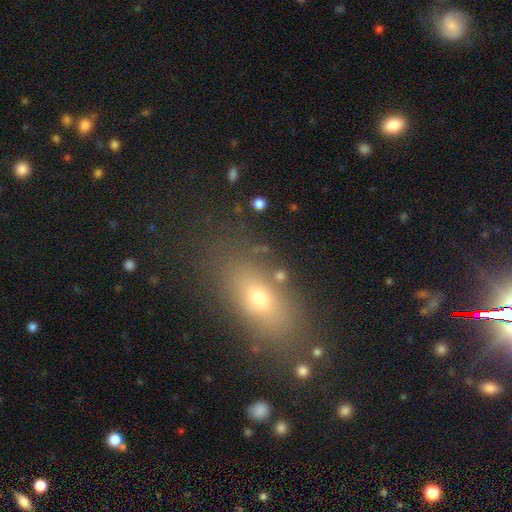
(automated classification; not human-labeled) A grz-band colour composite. It shows a smooth galaxy with no disk features (56%) that is in between round and cigar-shaped (74%). Merging: none (82%).